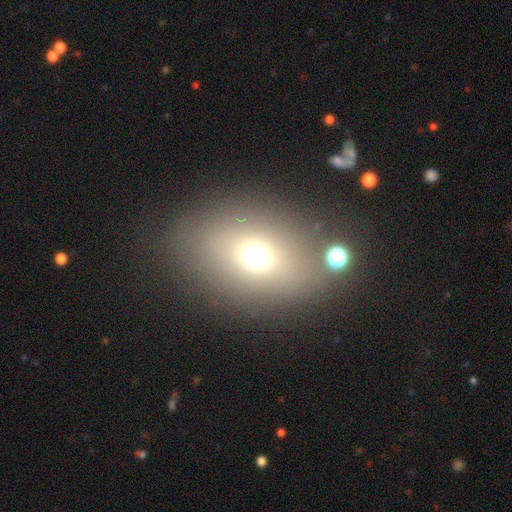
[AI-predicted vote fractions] The model was most divided on "how rounded": in between: 61%, round: 37%, cigar-shaped: 2%. More confident: merging — none (73%); smooth or featured — smooth (66%).